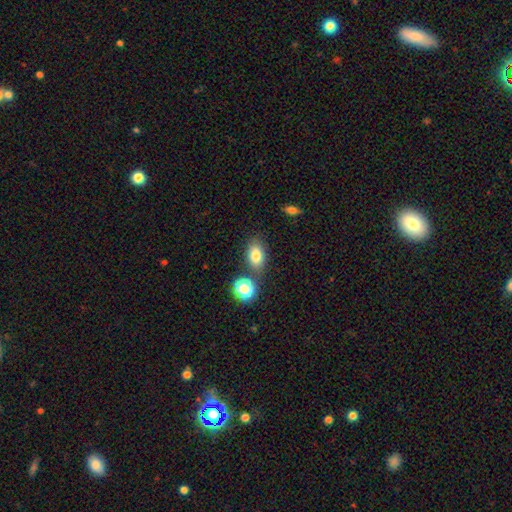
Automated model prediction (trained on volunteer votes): smooth 80%, star or artifact 11%, featured or disk 9%. Down the decision tree: how rounded — in between (83%); merging — none (73%).